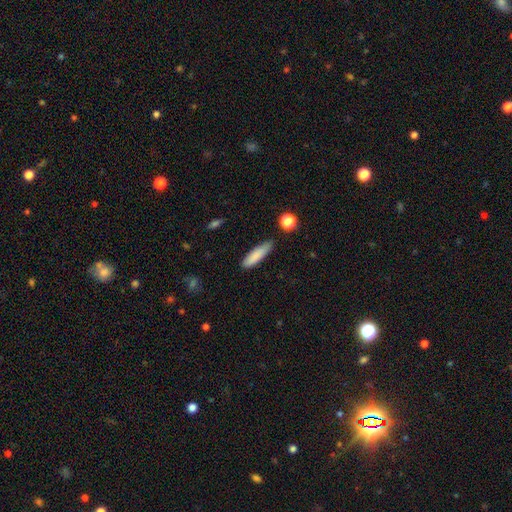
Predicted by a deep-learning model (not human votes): Morphology: type=smooth (84%); roundness=cigar-shaped (72%); merging=none (80%).